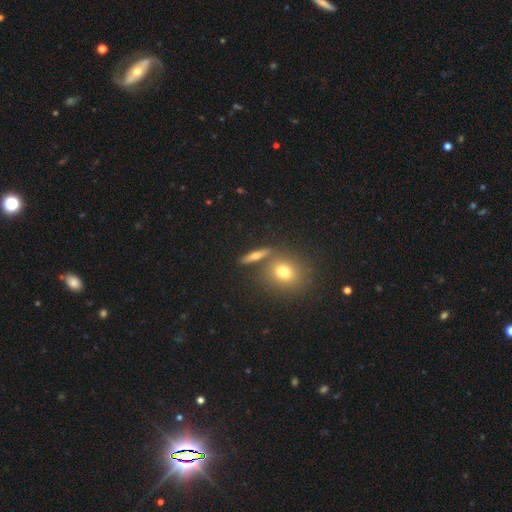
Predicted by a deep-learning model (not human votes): This appears to be a smooth galaxy with no disk features (53%) that is cigar-shaped (48%). Merging: none (76%).